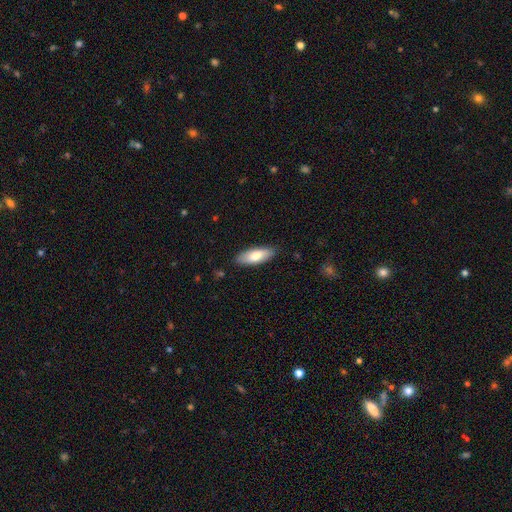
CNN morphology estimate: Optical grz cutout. It shows a smooth galaxy with no disk features (76%) that is in between round and cigar-shaped (69%). Merging: none (86%).